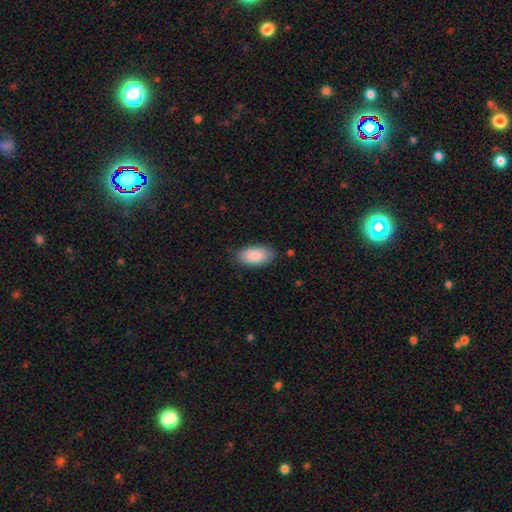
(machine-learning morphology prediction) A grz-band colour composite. It shows a smooth galaxy with no disk features (88%) that is in between round and cigar-shaped (93%). Merging: none (80%).